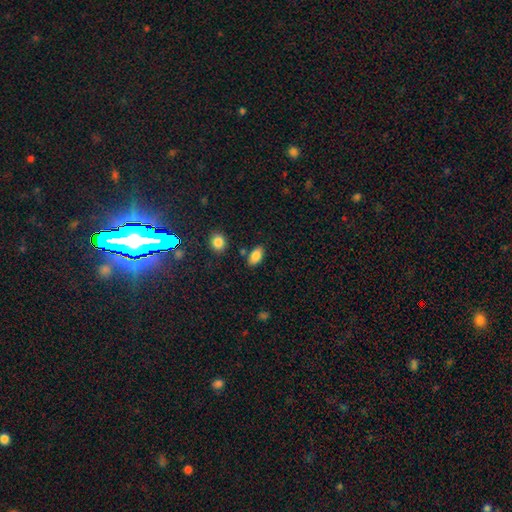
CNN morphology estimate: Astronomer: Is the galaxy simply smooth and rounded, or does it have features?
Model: smooth — 86%.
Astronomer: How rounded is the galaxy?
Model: in between — 91%.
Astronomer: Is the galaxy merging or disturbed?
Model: none — 80%.